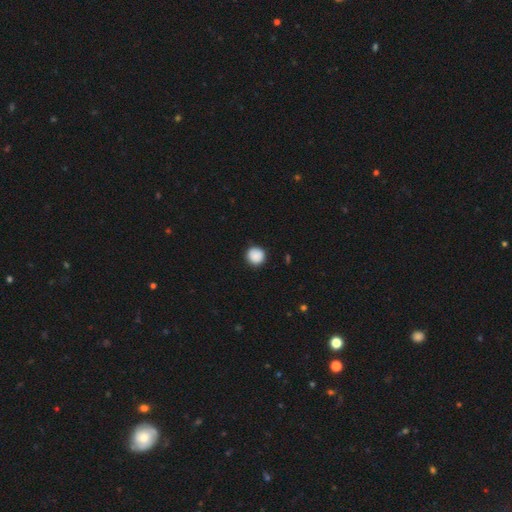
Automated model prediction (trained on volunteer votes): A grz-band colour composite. It shows a smooth galaxy with no disk features (89%) that is round (94%). Merging: none (91%).